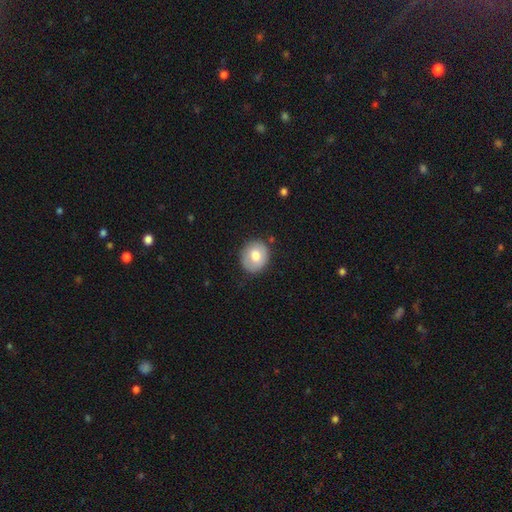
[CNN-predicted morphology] smooth 75%, featured or disk 18%, star or artifact 7%. Down the decision tree: how rounded — round (76%); merging — none (83%).